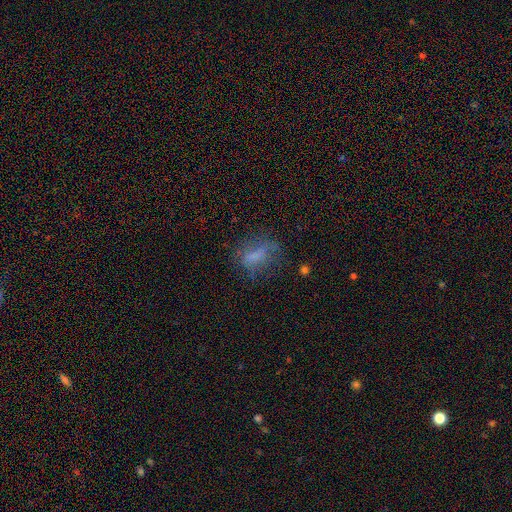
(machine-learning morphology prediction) This appears to be a smooth galaxy with no disk features (57%) that is in between round and cigar-shaped (73%). Merging: none (48%).